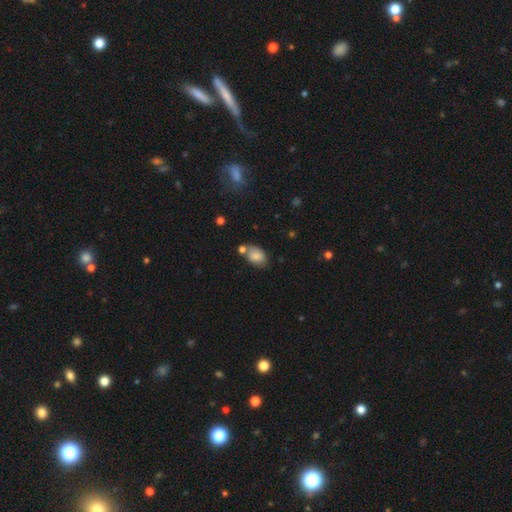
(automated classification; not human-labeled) This appears to be a smooth galaxy with no disk features (82%) that is in between round and cigar-shaped (81%). Merging: none (61%).